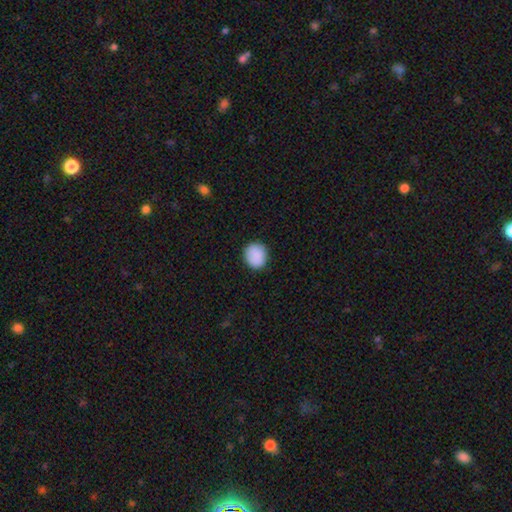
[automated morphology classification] A smooth galaxy with no disk features (89%) that is round (80%). Merging: none (88%).